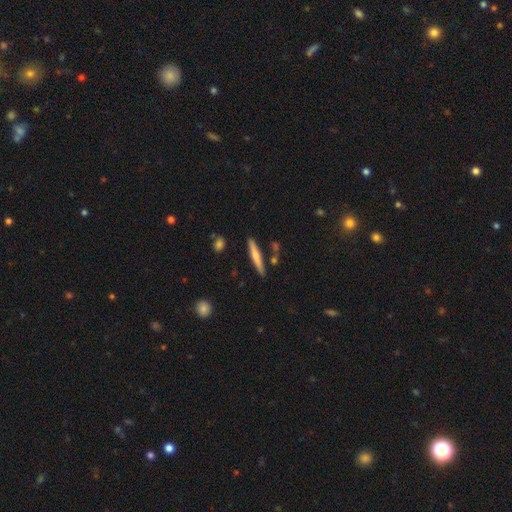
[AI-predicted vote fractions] Smooth or featured?
  - smooth: 58% *
  - featured or disk: 36%
  - star or artifact: 6%
How rounded?
  - cigar-shaped: 93% *
  - in between: 5%
  - round: 2%
Merging?
  - none: 85% *
  - minor disturbance: 9%
  - merger: 4%
  - major disturbance: 2%